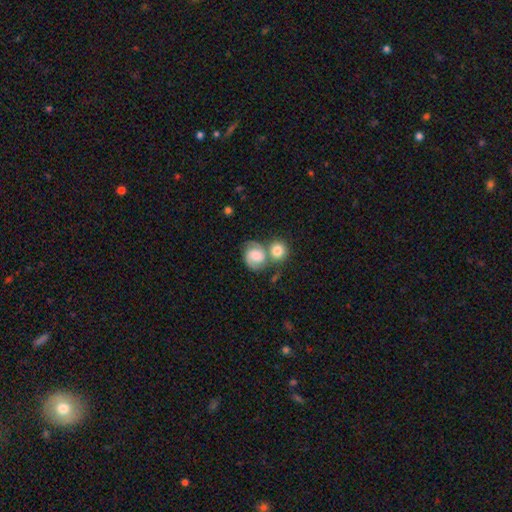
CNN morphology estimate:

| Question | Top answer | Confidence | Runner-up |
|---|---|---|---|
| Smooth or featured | featured or disk | 51% | smooth (41%) |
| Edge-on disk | no | 98% | yes (2%) |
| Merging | none | 41% | merger (39%) |